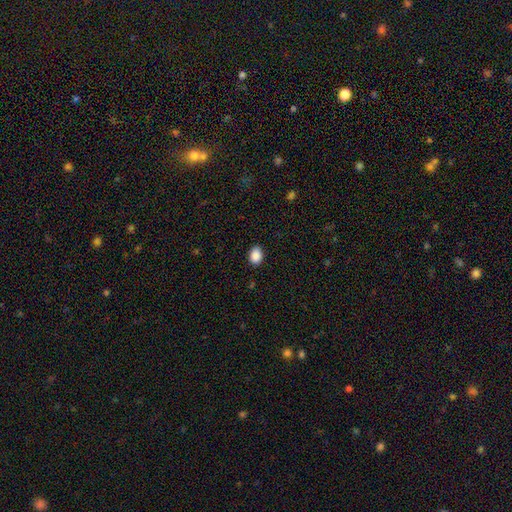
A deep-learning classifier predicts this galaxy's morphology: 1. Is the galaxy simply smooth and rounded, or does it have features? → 89% smooth, 8% star or artifact, 3% featured or disk.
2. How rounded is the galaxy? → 79% in between, 20% round, 1% cigar-shaped.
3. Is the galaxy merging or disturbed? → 87% none, 10% minor disturbance, 2% major disturbance, 1% merger.